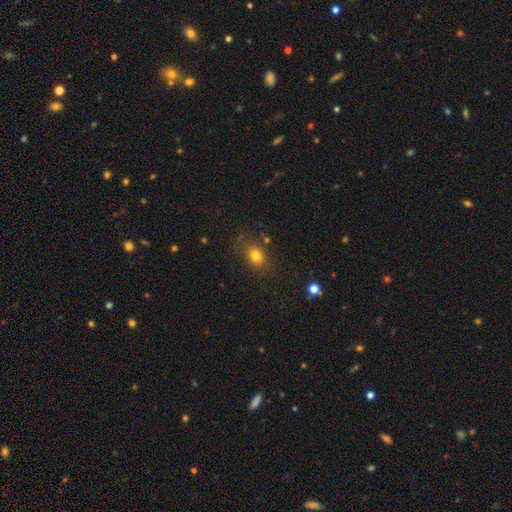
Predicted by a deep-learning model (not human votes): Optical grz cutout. It shows a smooth galaxy with no disk features (79%) that is in between round and cigar-shaped (52%). Merging: none (79%).